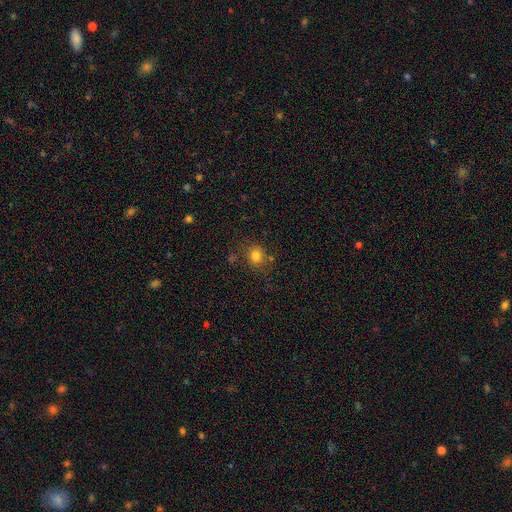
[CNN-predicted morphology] smooth_or_featured: smooth (p=0.79) [alt: star or artifact p=0.14]
how_rounded: round (p=0.80) [alt: in between p=0.19]
merging: none (p=0.74) [alt: minor disturbance p=0.14]